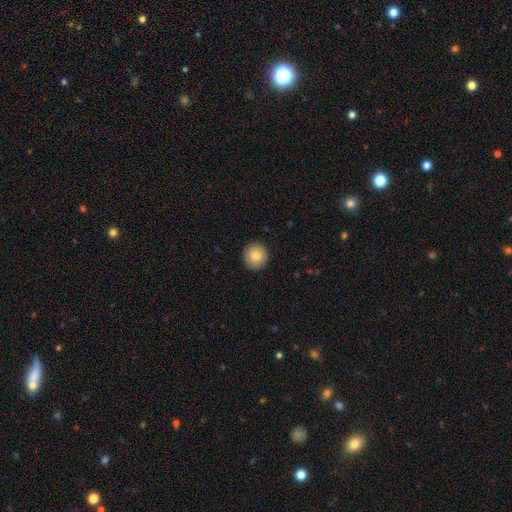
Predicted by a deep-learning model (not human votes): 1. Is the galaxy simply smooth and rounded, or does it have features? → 84% smooth, 9% star or artifact, 8% featured or disk.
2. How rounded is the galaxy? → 94% round, 5% in between, 1% cigar-shaped.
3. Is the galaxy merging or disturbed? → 92% none, 5% minor disturbance, 2% major disturbance, 1% merger.